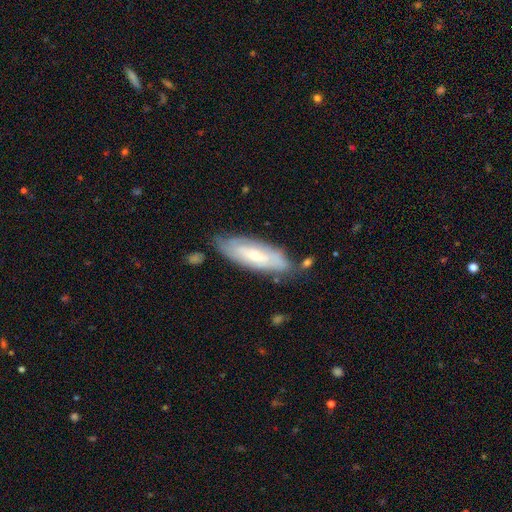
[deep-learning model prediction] smooth_or_featured: featured or disk (p=0.59) [alt: smooth p=0.35]
disk_edge_on: no (p=0.74) [alt: yes p=0.26]
merging: none (p=0.71) [alt: minor disturbance p=0.20]